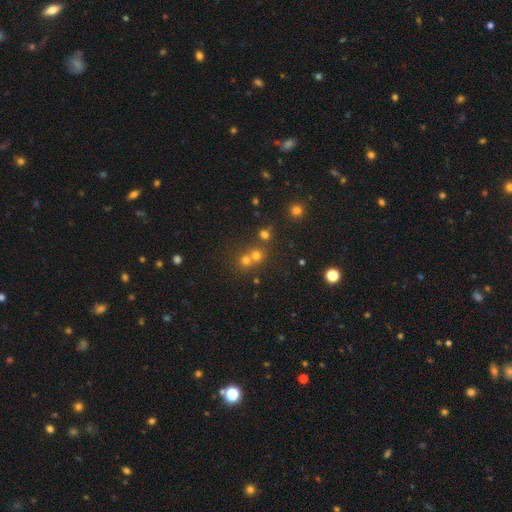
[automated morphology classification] Smooth or featured? Predicted: smooth (p=0.61). How rounded? Predicted: round (p=0.86). Merging? Predicted: none (p=0.48).